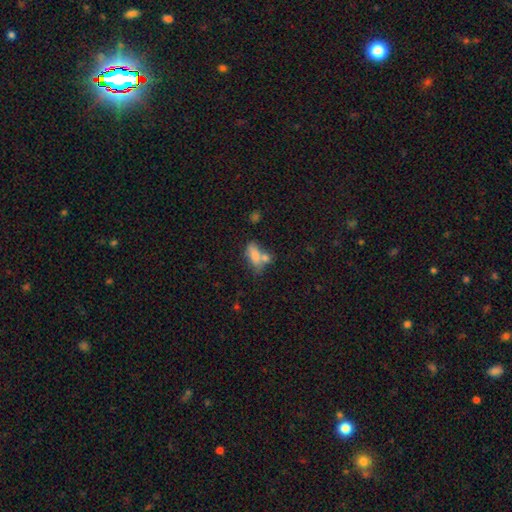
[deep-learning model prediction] The model was most divided on "merging": merger: 44%, none: 34%, minor disturbance: 15%, major disturbance: 7%. More confident: how rounded — in between (81%); smooth or featured — smooth (75%).